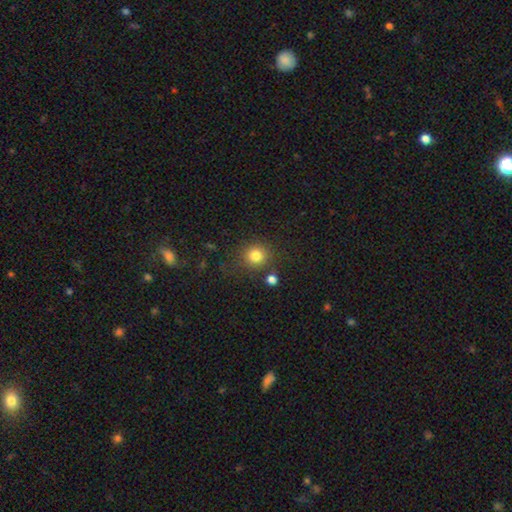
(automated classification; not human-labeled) Overall: smooth (81%). How rounded: round (90%). Merging: none (79%).